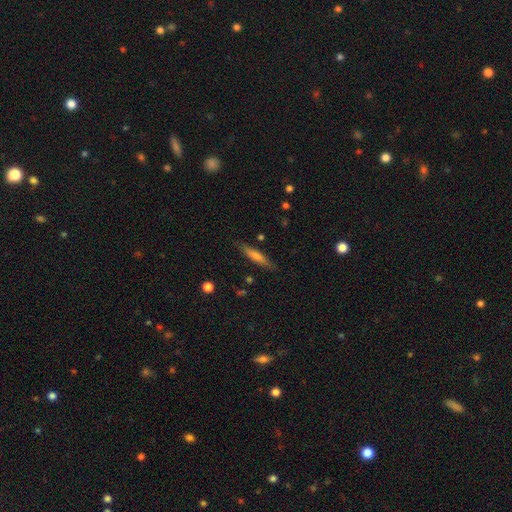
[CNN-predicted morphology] Smooth or featured?
  - smooth: 60% *
  - featured or disk: 34%
  - star or artifact: 7%
How rounded?
  - cigar-shaped: 88% *
  - in between: 10%
  - round: 2%
Merging?
  - none: 86% *
  - minor disturbance: 10%
  - major disturbance: 2%
  - merger: 2%